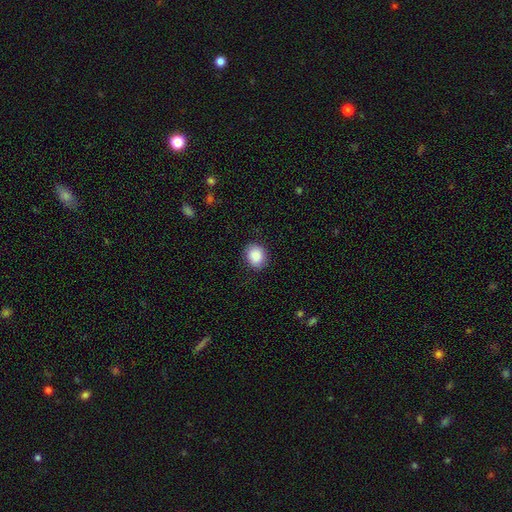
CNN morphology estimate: smooth_or_featured: smooth (p=0.89) [alt: star or artifact p=0.07]
how_rounded: round (p=0.62) [alt: in between p=0.37]
merging: none (p=0.86) [alt: minor disturbance p=0.11]